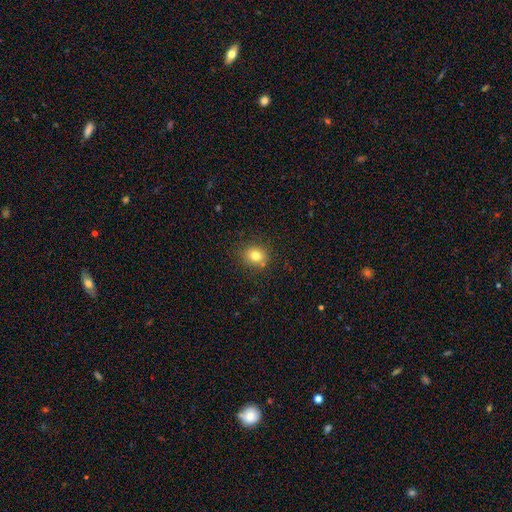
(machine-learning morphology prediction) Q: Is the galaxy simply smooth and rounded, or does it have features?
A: smooth — 79%.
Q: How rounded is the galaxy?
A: round — 77%.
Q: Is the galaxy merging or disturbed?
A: none — 83%.